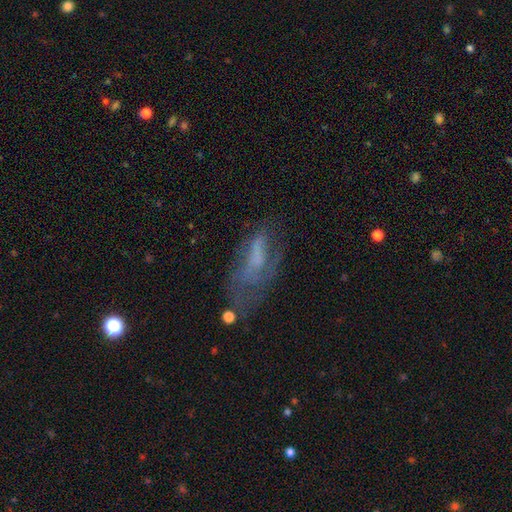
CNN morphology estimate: featured or disk 46%, smooth 37%, star or artifact 17%. Down the decision tree: merging — none (44%).